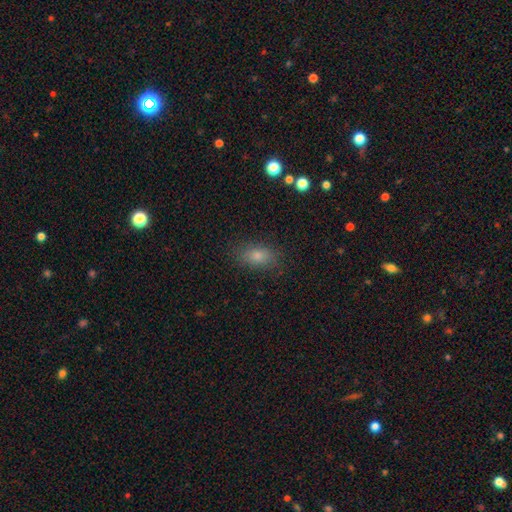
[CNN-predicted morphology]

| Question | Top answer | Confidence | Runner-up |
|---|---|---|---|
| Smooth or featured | smooth | 75% | star or artifact (15%) |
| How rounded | in between | 82% | round (14%) |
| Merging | none | 84% | minor disturbance (11%) |